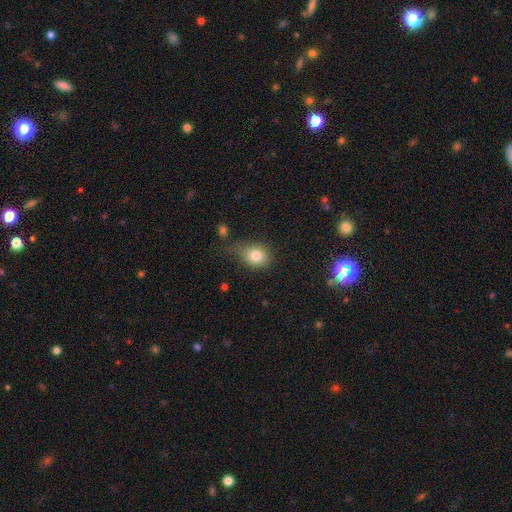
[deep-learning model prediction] smooth-or-featured: smooth: 80% | star or artifact: 11% | featured or disk: 9%
  how-rounded: round: 56% | in between: 43% | cigar-shaped: 1%
  merging: none: 51% | minor disturbance: 32% | major disturbance: 12% | merger: 5%